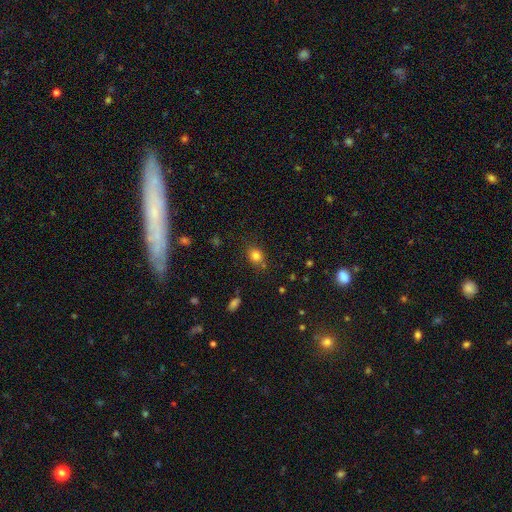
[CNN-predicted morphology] smooth_or_featured: smooth (p=0.80) [alt: star or artifact p=0.13]
how_rounded: round (p=0.63) [alt: in between p=0.36]
merging: none (p=0.79) [alt: minor disturbance p=0.13]